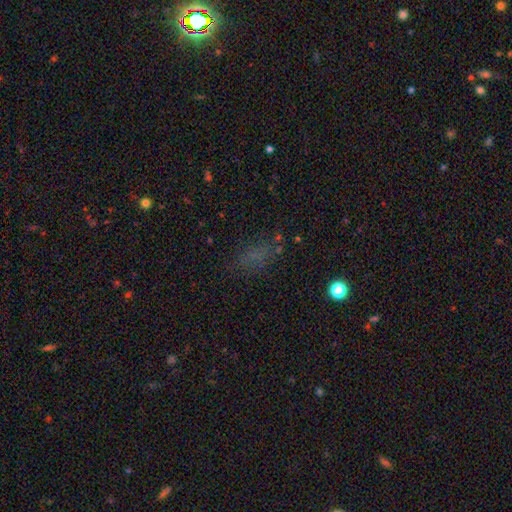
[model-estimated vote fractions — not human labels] Smooth or featured? Predicted: smooth (p=0.55). How rounded? Predicted: in between (p=0.77). Merging? Predicted: none (p=0.64).